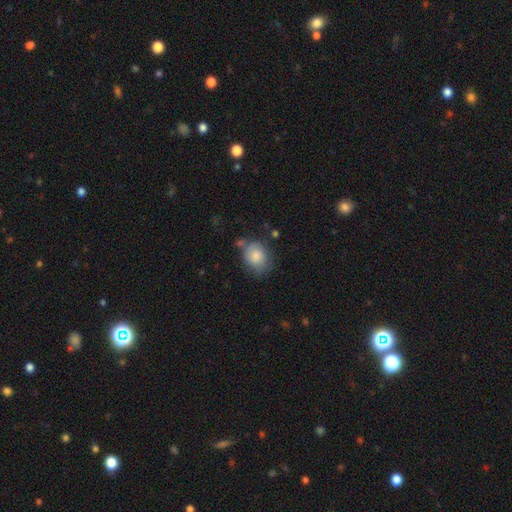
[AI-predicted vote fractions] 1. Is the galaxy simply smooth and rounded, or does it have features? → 78% smooth, 15% featured or disk, 7% star or artifact.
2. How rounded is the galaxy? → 51% round, 48% in between, 1% cigar-shaped.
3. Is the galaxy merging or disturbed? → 56% none, 26% minor disturbance, 10% major disturbance, 8% merger.